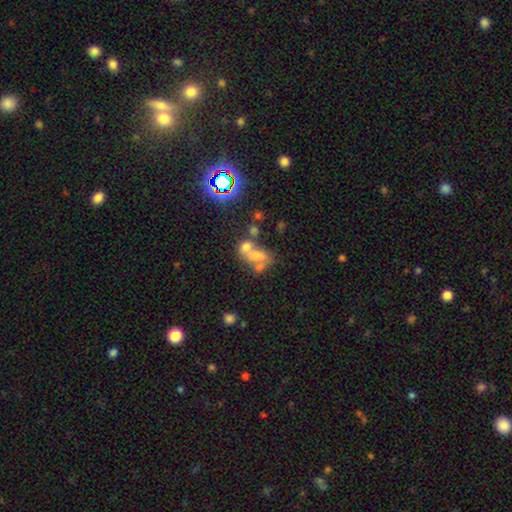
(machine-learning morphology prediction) Smooth or featured: smooth — 47% (featured or disk — 29%)
Merging: merger — 57% (none — 22%)